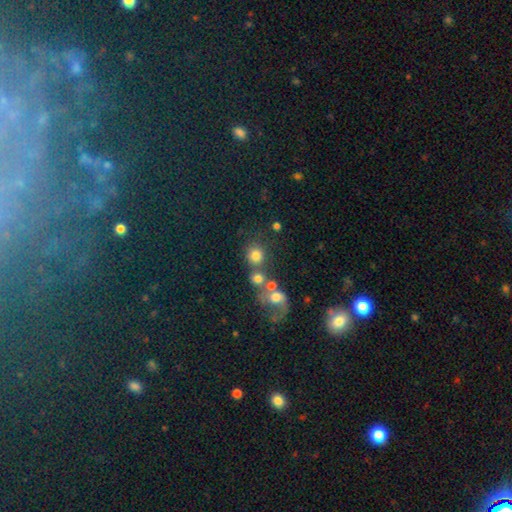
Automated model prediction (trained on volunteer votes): A smooth galaxy with no disk features (76%) that is round (86%). Merging: none (54%).